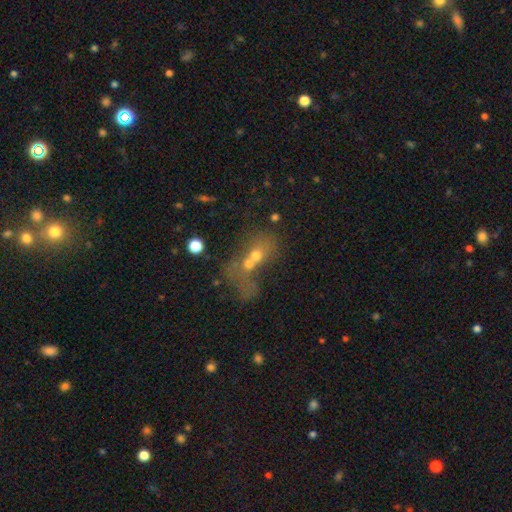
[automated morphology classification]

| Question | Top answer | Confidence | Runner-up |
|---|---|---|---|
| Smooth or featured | smooth | 50% | featured or disk (34%) |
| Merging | merger | 70% | major disturbance (13%) |